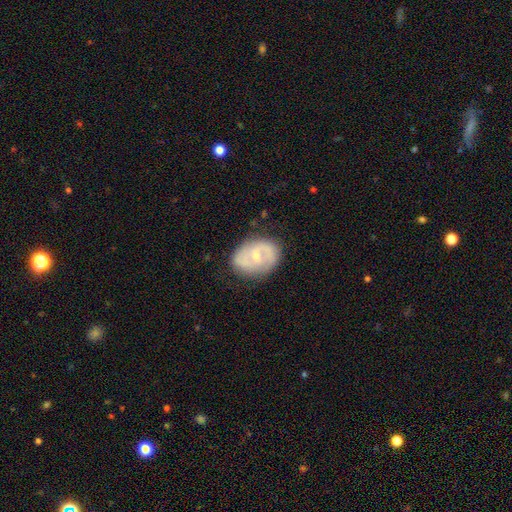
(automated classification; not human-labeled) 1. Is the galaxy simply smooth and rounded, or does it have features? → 65% featured or disk, 29% smooth, 6% star or artifact.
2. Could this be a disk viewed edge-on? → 96% no, 4% yes.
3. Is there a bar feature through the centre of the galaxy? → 52% no, 39% weak, 9% strong.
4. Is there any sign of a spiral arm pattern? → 76% yes, 24% no.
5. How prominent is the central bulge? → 56% small, 40% moderate, 2% none, 1% large, 1% dominant.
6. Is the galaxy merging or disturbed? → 77% none, 17% minor disturbance, 5% major disturbance, 1% merger.